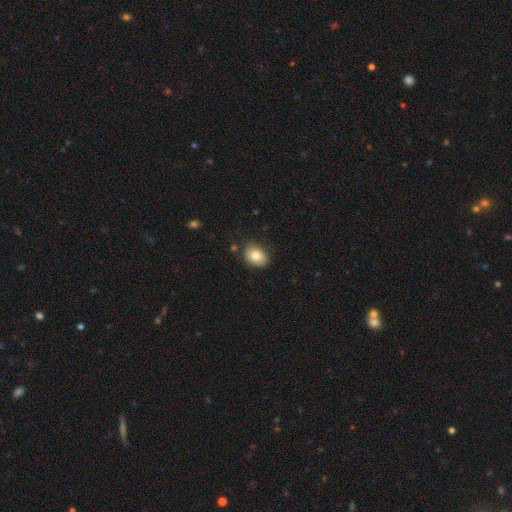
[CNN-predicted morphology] Smooth or featured? smooth (81%)
How rounded? in between (74%)
Merging? none (82%)